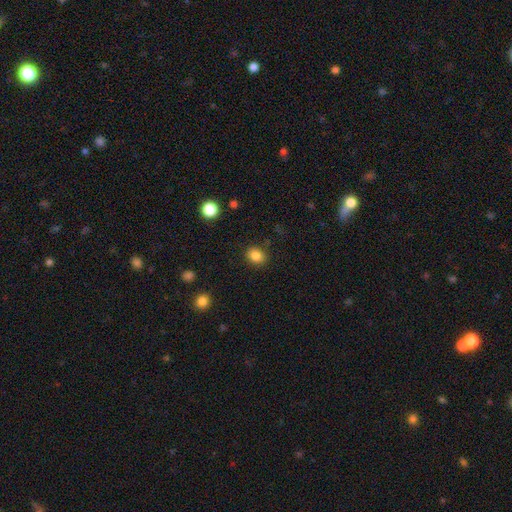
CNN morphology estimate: A smooth galaxy with no disk features (85%) that is round (56%).

Vote fractions:
- Smooth or featured? smooth: 85% / star or artifact: 11% / featured or disk: 5%
- How rounded? round: 56% / in between: 43% / cigar-shaped: 1%
- Merging? none: 87% / minor disturbance: 9% / major disturbance: 3% / merger: 2%